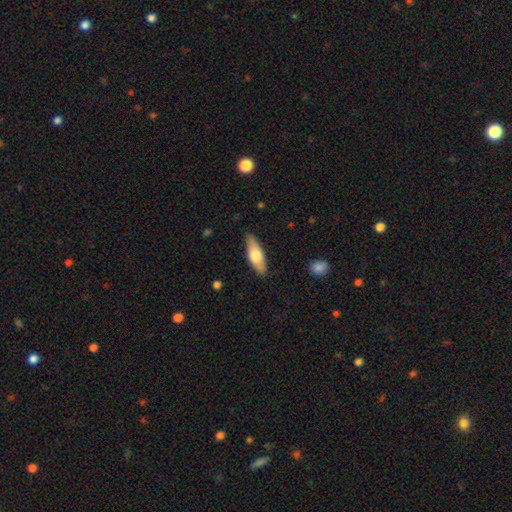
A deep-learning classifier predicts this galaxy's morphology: The model was most divided on "how rounded": in between: 60%, cigar-shaped: 38%, round: 2%. More confident: merging — none (86%); smooth or featured — smooth (63%).